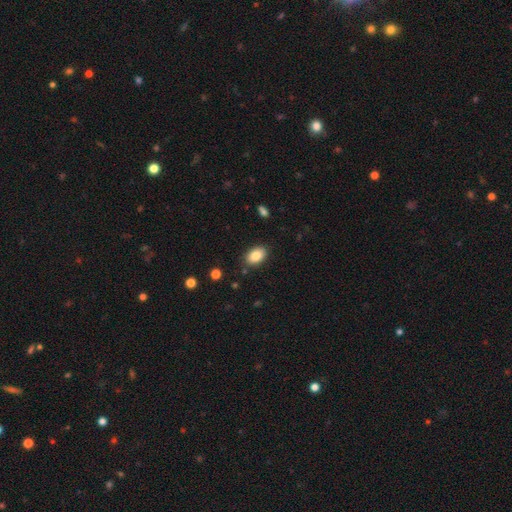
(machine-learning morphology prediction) This is clearly a smooth galaxy (85%). How rounded: clearly in between (88%). Merging: clearly none (86%).